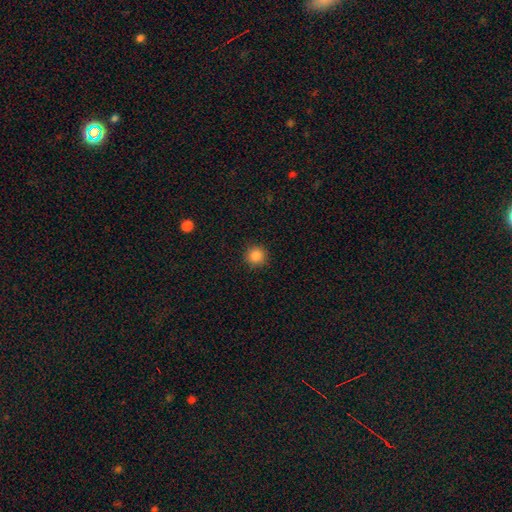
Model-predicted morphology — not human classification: Smooth or featured?
  - smooth: 85% *
  - star or artifact: 11%
  - featured or disk: 4%
How rounded?
  - round: 94% *
  - in between: 5%
  - cigar-shaped: 1%
Merging?
  - none: 91% *
  - minor disturbance: 6%
  - major disturbance: 2%
  - merger: 1%